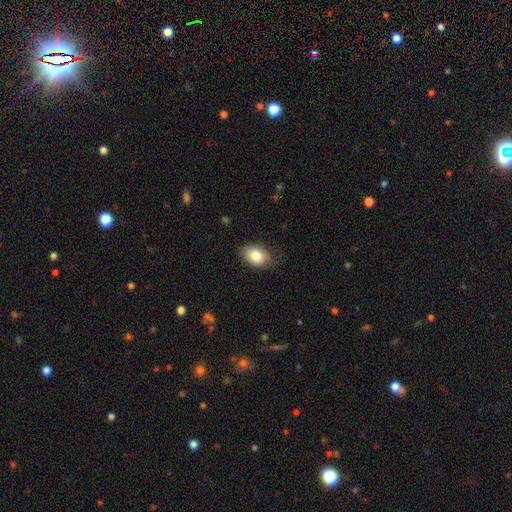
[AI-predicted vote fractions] The model was most divided on "merging": none: 78%, minor disturbance: 18%, major disturbance: 3%, merger: 1%. More confident: how rounded — in between (84%); smooth or featured — smooth (83%).